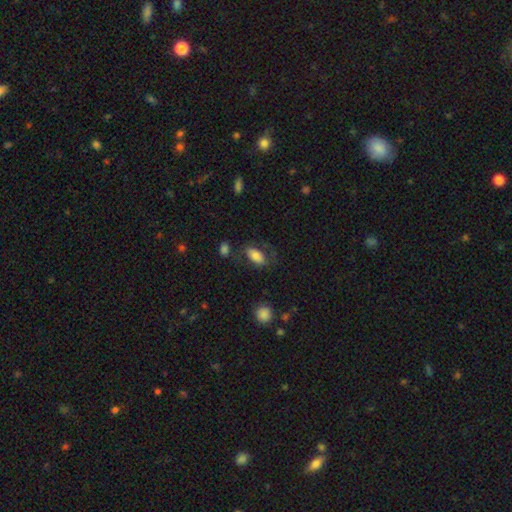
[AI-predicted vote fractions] Morphology: type=smooth (75%); roundness=in between (92%); merging=none (62%).